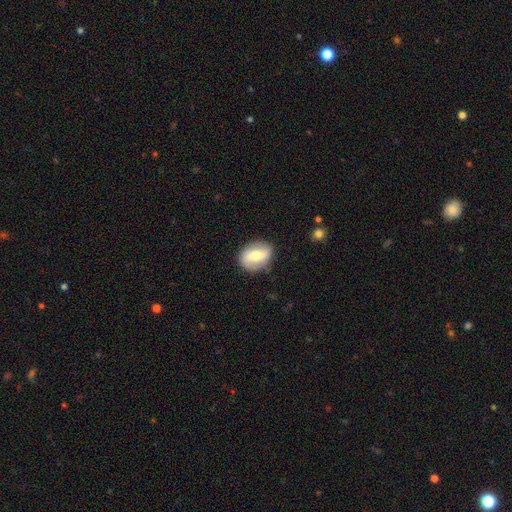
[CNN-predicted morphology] type=featured or disk (50%); merging=none (83%).